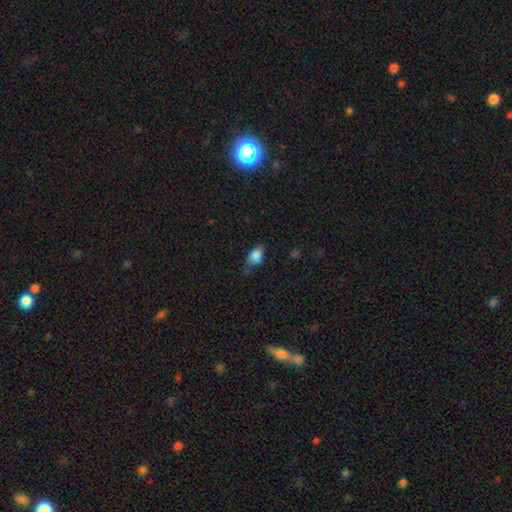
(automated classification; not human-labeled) This appears to be a smooth galaxy with no disk features (82%) that is in between round and cigar-shaped (85%). Merging: none (45%).